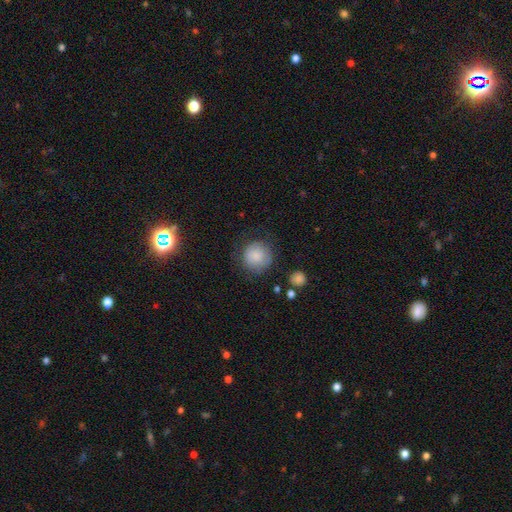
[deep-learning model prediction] Smooth or featured? Predicted: smooth (p=0.80). How rounded? Predicted: round (p=0.92). Merging? Predicted: none (p=0.73).